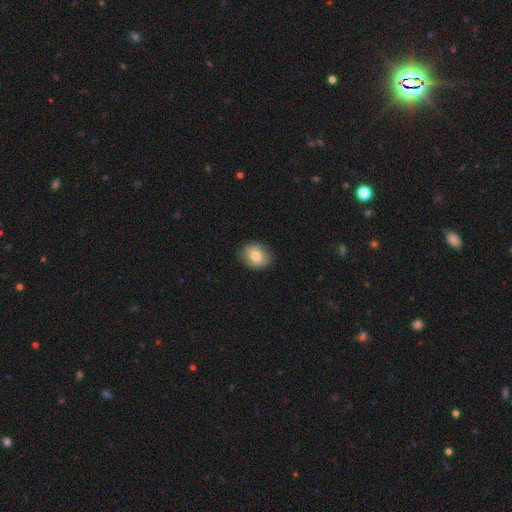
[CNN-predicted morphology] Smooth or featured?
  - smooth: 76% *
  - featured or disk: 16%
  - star or artifact: 8%
How rounded?
  - round: 54% *
  - in between: 45%
  - cigar-shaped: 1%
Merging?
  - none: 87% *
  - minor disturbance: 10%
  - major disturbance: 2%
  - merger: 1%